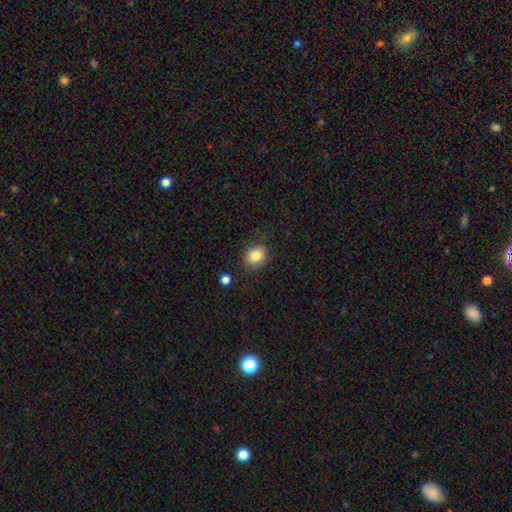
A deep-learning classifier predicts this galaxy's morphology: The model was most divided on "how rounded": round: 56%, in between: 43%, cigar-shaped: 1%. More confident: smooth or featured — smooth (84%); merging — none (79%).